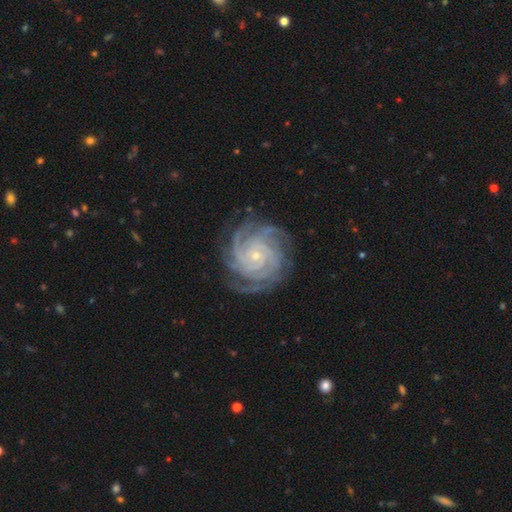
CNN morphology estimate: A featured or disk galaxy (92%) with no bar (74%), 4 (35%) tight (81%) spiral arms (99%) and a small central bulge (82%).

Vote fractions:
- Smooth or featured? featured or disk: 92% / star or artifact: 5% / smooth: 3%
- Edge-on disk? no: 98% / yes: 2%
- Bar? no: 74% / weak: 18% / strong: 8%
- Spiral arms? yes: 99% / no: 1%
- Spiral winding? tight: 81% / medium: 17% / loose: 2%
- Spiral arm count? 4: 35% / more than 4: 24% / 3: 15% / can't tell: 11% / 2: 8% / 1: 7%
- Bulge size? small: 82% / moderate: 14% / none: 1% / large: 1% / dominant: 1%
- Merging? none: 80% / minor disturbance: 14% / major disturbance: 5% / merger: 1%